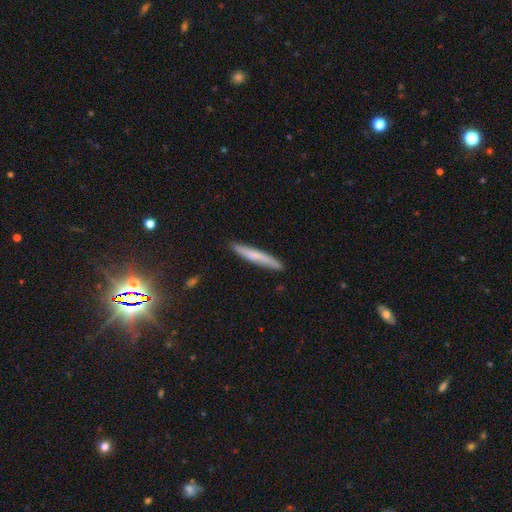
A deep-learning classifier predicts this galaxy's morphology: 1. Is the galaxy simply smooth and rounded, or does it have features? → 64% smooth, 30% featured or disk, 6% star or artifact.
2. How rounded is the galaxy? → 95% cigar-shaped, 4% in between, 1% round.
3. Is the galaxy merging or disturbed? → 87% none, 10% minor disturbance, 2% major disturbance, 1% merger.